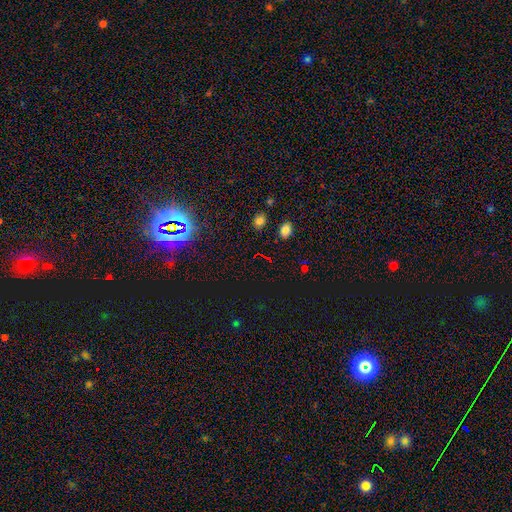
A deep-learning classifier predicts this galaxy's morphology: smooth_or_featured: star or artifact (p=0.62) [alt: smooth p=0.28]